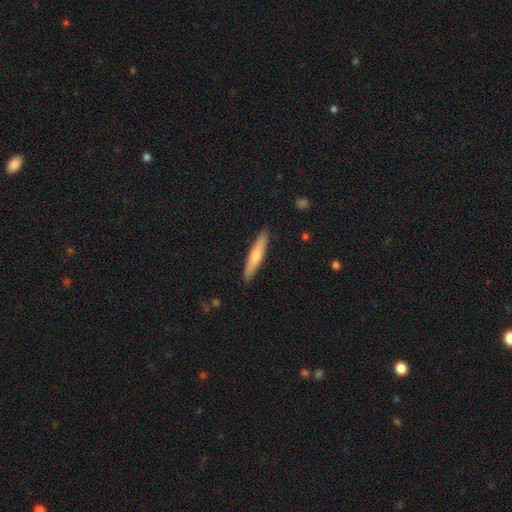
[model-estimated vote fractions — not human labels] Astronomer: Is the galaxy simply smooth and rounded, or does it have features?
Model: smooth — 63%.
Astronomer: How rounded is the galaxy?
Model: cigar-shaped — 90%.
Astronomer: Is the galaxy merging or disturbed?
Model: none — 90%.